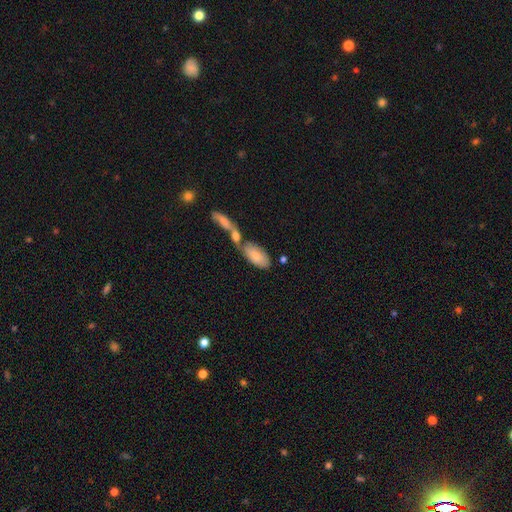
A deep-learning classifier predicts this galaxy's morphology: A smooth galaxy with no disk features (79%) that is in between round and cigar-shaped (89%). Merging: merger (51%).